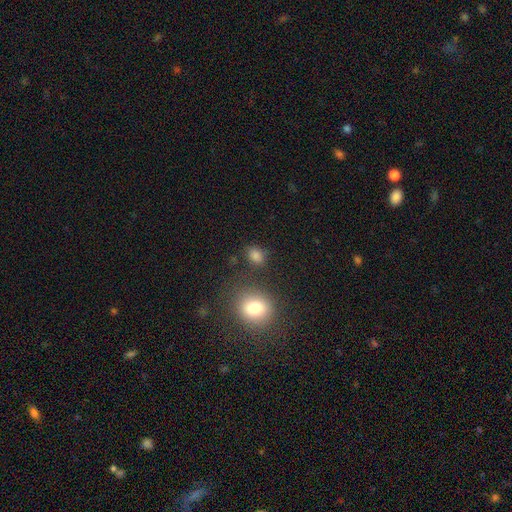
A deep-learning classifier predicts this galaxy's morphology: Q: Smooth or featured?
A: smooth (80%); runner-up: star or artifact (15%)
Q: How rounded?
A: in between (55%); runner-up: round (43%)
Q: Merging?
A: none (76%); runner-up: minor disturbance (13%)